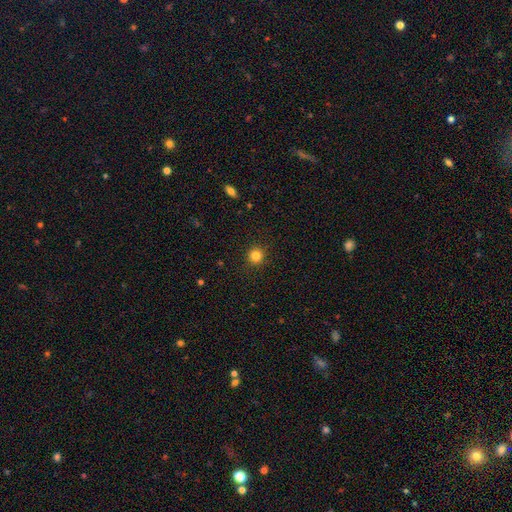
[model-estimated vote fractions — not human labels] Q: Smooth or featured?
A: smooth (83%); runner-up: star or artifact (12%)
Q: How rounded?
A: round (94%); runner-up: in between (5%)
Q: Merging?
A: none (91%); runner-up: minor disturbance (6%)